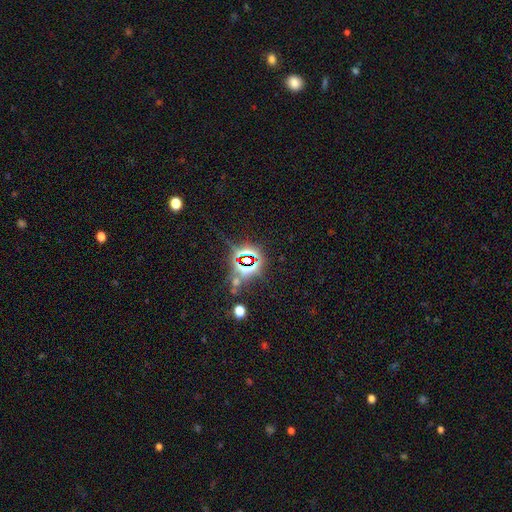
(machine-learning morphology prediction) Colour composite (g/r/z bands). It shows a star or artifact, not a galaxy (82%).